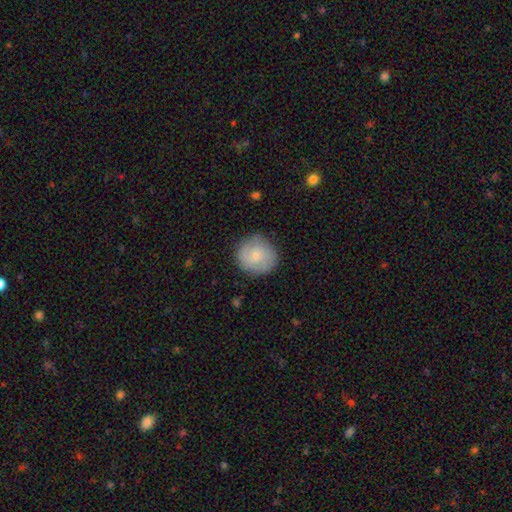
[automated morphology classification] smooth-or-featured: smooth: 70% | featured or disk: 23% | star or artifact: 7%
  how-rounded: round: 91% | in between: 8% | cigar-shaped: 1%
  merging: none: 82% | minor disturbance: 14% | major disturbance: 3% | merger: 1%